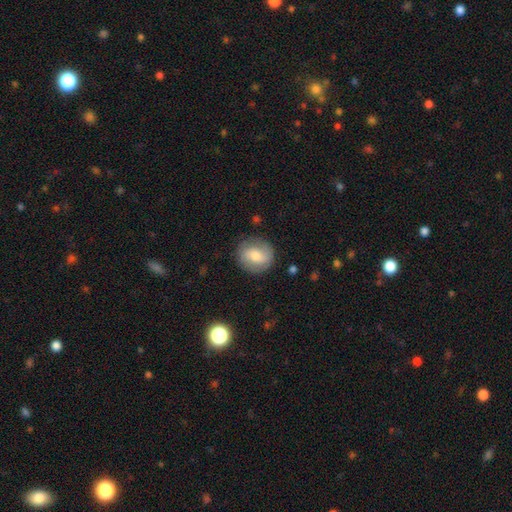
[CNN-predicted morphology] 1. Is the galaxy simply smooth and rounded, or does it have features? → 52% smooth, 40% featured or disk, 7% star or artifact.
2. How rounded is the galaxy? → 83% round, 16% in between, 1% cigar-shaped.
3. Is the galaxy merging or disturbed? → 83% none, 12% minor disturbance, 4% major disturbance, 1% merger.